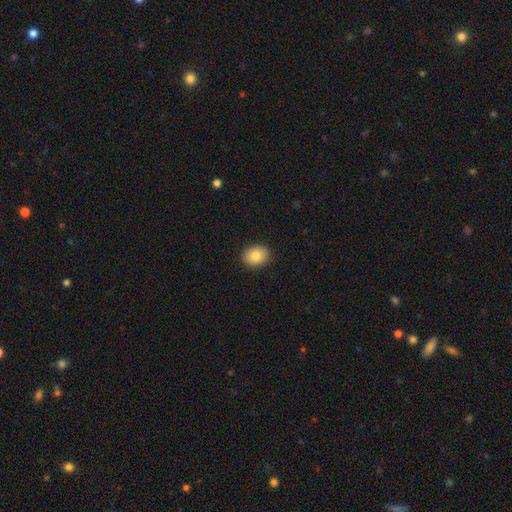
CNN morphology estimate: type=smooth (84%); roundness=in between (57%); merging=none (90%).